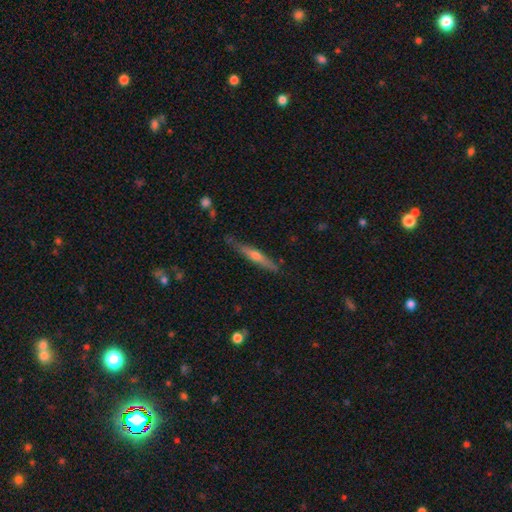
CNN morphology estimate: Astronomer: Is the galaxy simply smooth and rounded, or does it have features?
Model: featured or disk — 63%.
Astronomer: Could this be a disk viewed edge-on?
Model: yes — 95%.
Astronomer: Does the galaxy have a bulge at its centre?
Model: rounded — 81%.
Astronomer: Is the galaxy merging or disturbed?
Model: none — 81%.